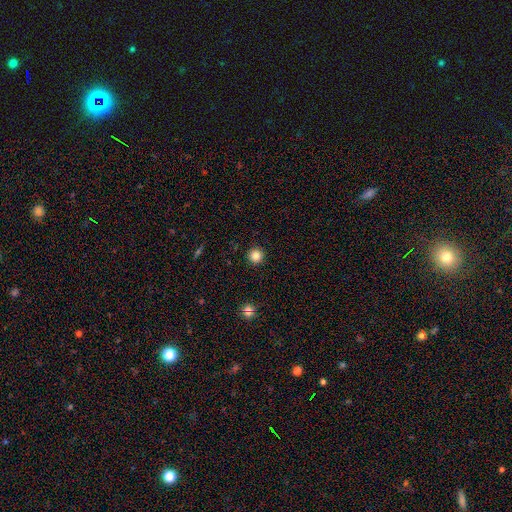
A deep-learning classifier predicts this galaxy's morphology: Smooth or featured? Predicted: smooth (p=0.83). How rounded? Predicted: round (p=0.96). Merging? Predicted: none (p=0.93).